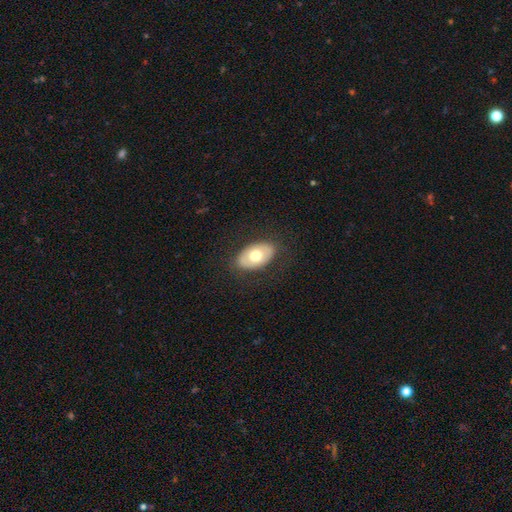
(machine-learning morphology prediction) Q: Smooth or featured?
A: smooth (64%); runner-up: featured or disk (30%)
Q: How rounded?
A: in between (91%); runner-up: round (7%)
Q: Merging?
A: none (83%); runner-up: minor disturbance (12%)